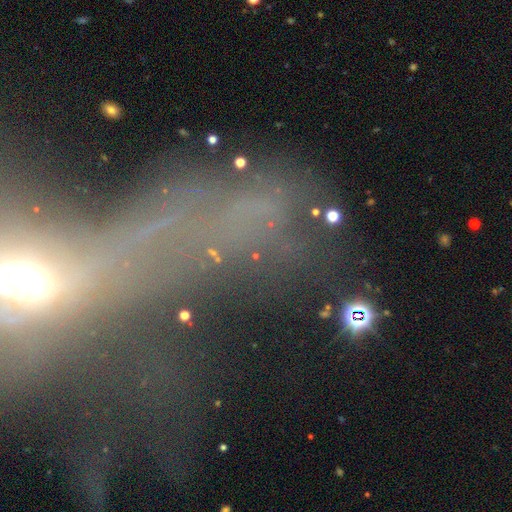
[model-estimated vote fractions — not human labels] Overall: star or artifact (55%; smooth 25%).